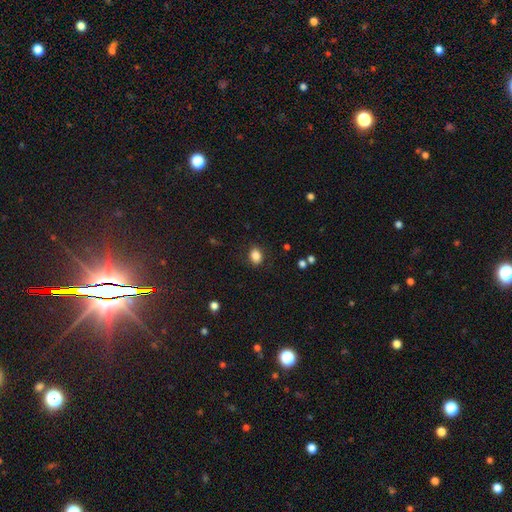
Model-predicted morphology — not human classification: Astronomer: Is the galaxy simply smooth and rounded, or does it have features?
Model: smooth — 85%.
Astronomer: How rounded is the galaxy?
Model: in between — 63%.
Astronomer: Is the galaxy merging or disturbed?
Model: none — 85%.